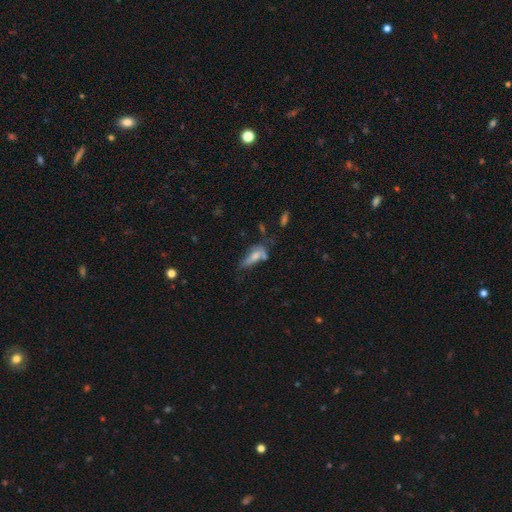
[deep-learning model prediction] smooth 58%, featured or disk 31%, star or artifact 11%. Down the decision tree: how rounded — in between (68%); merging — major disturbance (29%).